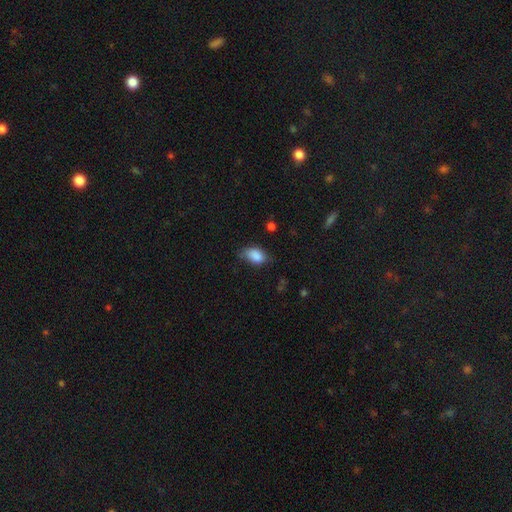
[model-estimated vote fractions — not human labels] This appears to be a smooth galaxy with no disk features (86%) that is in between round and cigar-shaped (87%). Merging: none (55%).